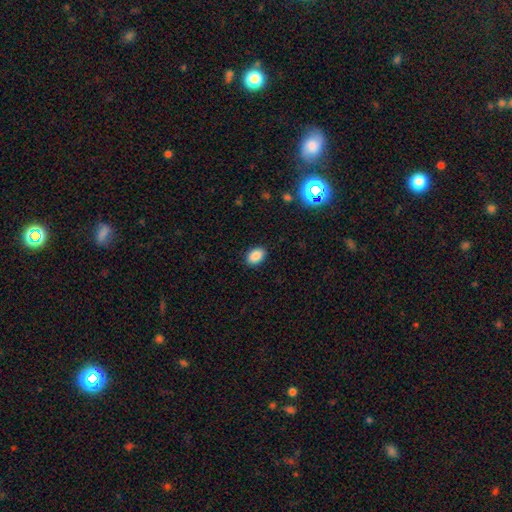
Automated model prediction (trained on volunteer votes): Smooth or featured? smooth (87%)
How rounded? in between (85%)
Merging? none (89%)